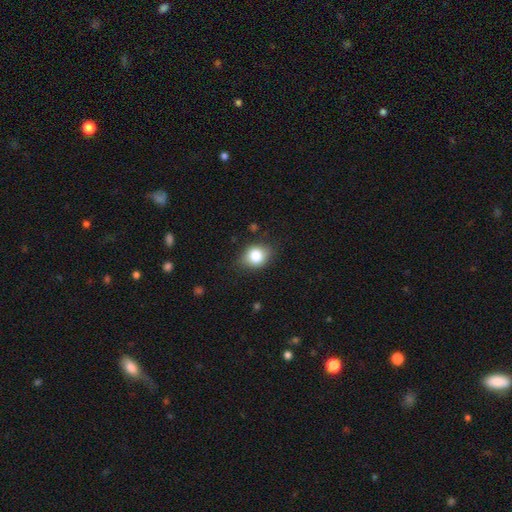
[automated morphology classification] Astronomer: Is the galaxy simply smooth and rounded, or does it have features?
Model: smooth — 82%.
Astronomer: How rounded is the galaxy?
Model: round — 53% (runner-up: in between, 46%).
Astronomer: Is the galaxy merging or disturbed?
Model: none — 76%.